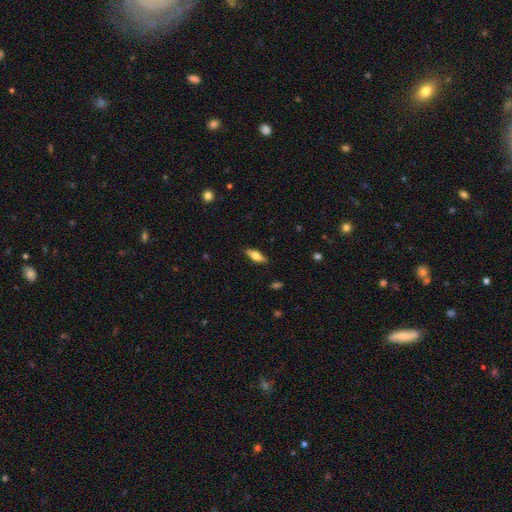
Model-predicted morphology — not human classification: Smooth or featured? Predicted: smooth (p=0.61). How rounded? Predicted: in between (p=0.66). Merging? Predicted: none (p=0.87).